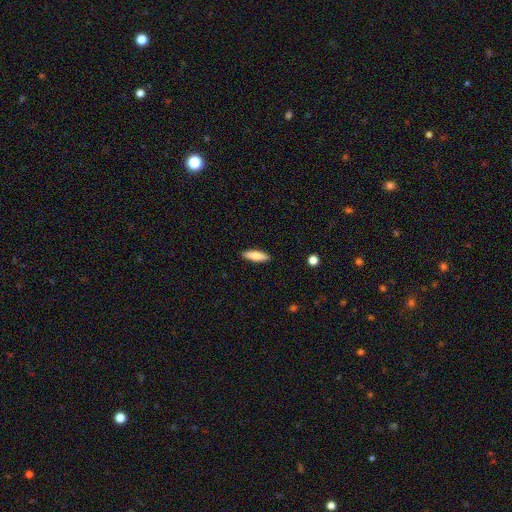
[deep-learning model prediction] A smooth galaxy with no disk features (78%) that is cigar-shaped (57%).

Vote fractions:
- Smooth or featured? smooth: 78% / featured or disk: 17% / star or artifact: 6%
- How rounded? cigar-shaped: 57% / in between: 41% / round: 2%
- Merging? none: 90% / minor disturbance: 7% / major disturbance: 2% / merger: 1%